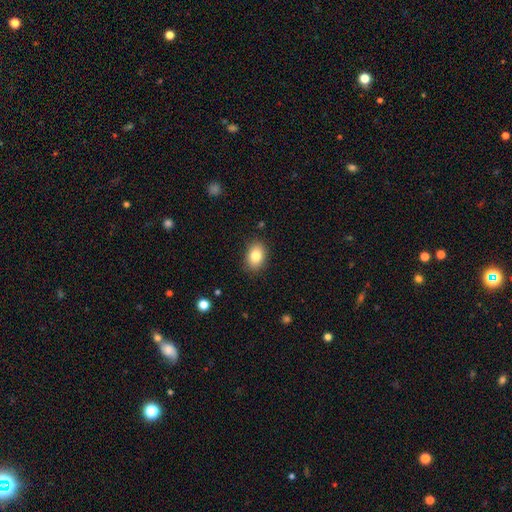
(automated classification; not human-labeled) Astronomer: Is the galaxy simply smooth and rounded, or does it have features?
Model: smooth — 83%.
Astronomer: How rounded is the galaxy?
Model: in between — 78%.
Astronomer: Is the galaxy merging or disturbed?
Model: none — 86%.